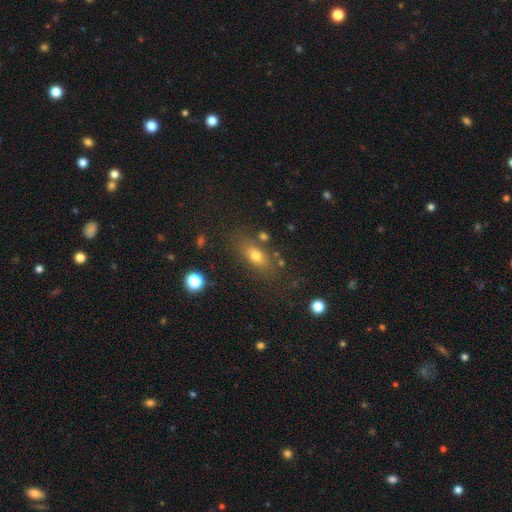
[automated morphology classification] The model was most divided on "smooth or featured": smooth: 70%, featured or disk: 16%, star or artifact: 13%. More confident: merging — none (75%); how rounded — in between (72%).